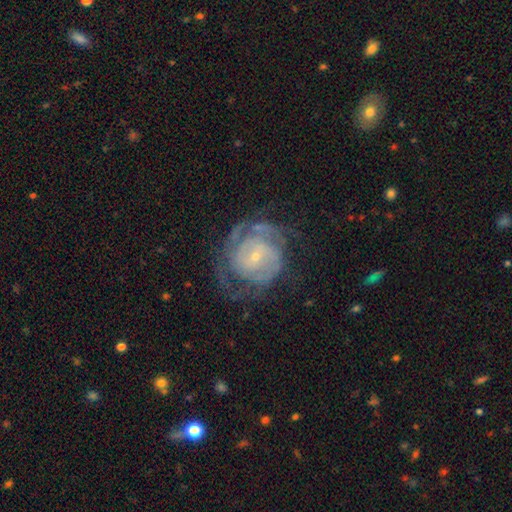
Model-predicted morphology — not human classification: A featured or disk galaxy (81%) with no bar (65%), tight (63%) spiral arms (88%) and a small central bulge (80%). Merging: none (62%).